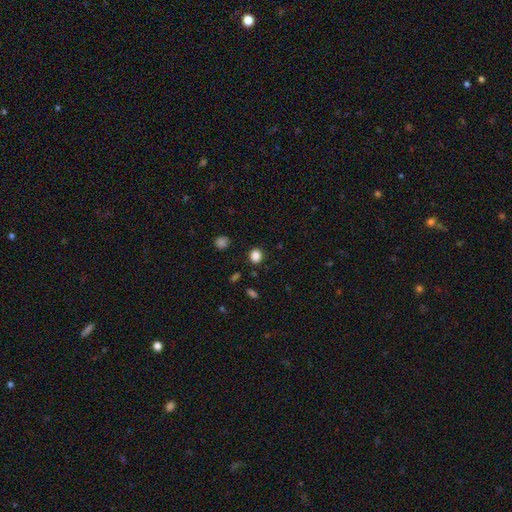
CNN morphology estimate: Smooth or featured? Predicted: smooth (p=0.85). How rounded? Predicted: round (p=0.76). Merging? Predicted: none (p=0.89).